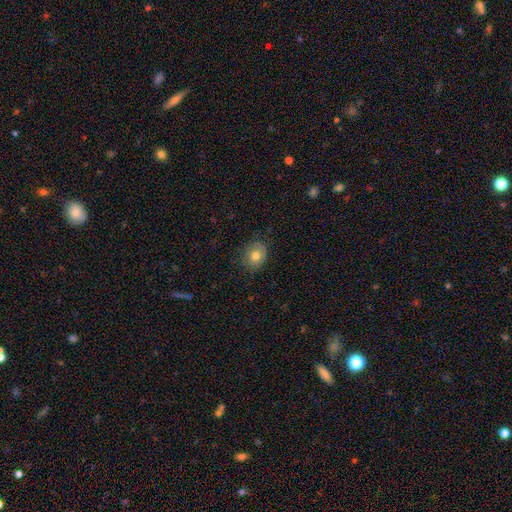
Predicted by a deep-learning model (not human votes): Smooth or featured? Predicted: smooth (p=0.73). How rounded? Predicted: round (p=0.63). Merging? Predicted: none (p=0.77).